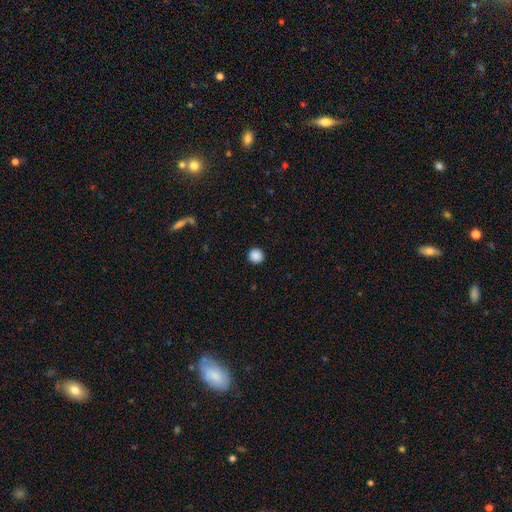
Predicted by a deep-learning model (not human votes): A smooth galaxy with no disk features (89%) that is round (95%).

Vote fractions:
- Smooth or featured? smooth: 89% / star or artifact: 9% / featured or disk: 2%
- How rounded? round: 95% / in between: 4% / cigar-shaped: 1%
- Merging? none: 93% / minor disturbance: 4% / major disturbance: 2% / merger: 1%